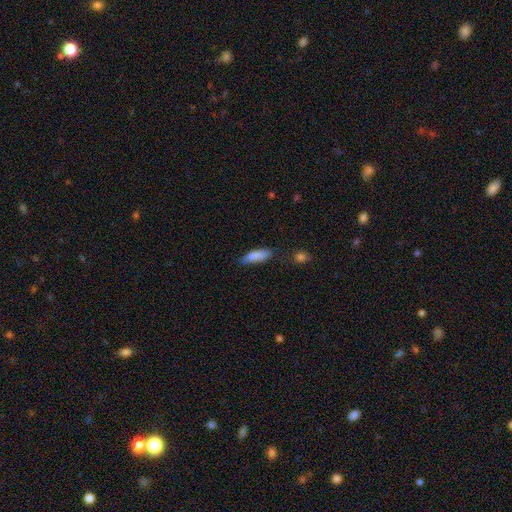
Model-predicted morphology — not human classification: Smooth or featured: smooth — 84% (featured or disk — 9%)
How rounded: in between — 58% (cigar-shaped — 40%)
Merging: none — 65% (minor disturbance — 25%)